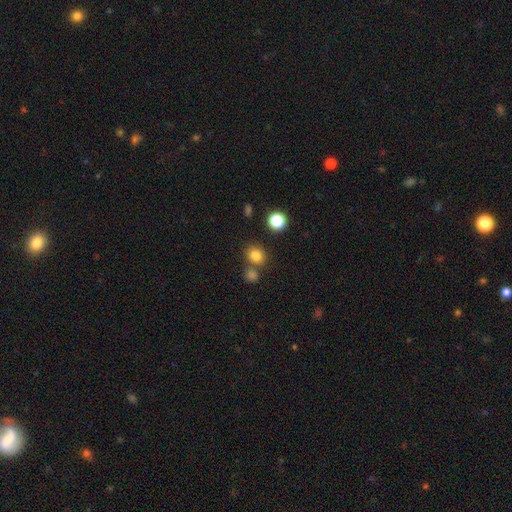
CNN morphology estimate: Smooth or featured: smooth — 80% (star or artifact — 14%)
How rounded: round — 73% (in between — 26%)
Merging: none — 69% (merger — 18%)